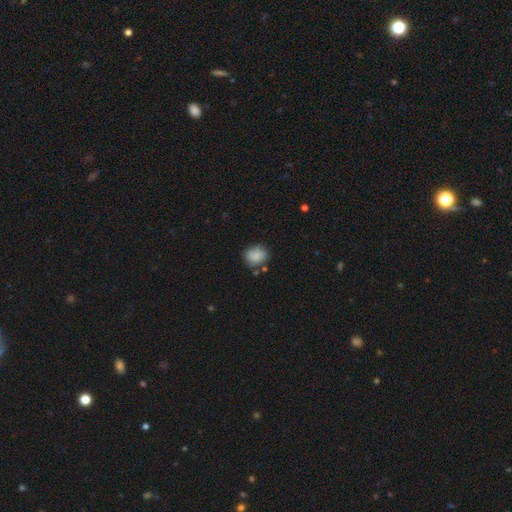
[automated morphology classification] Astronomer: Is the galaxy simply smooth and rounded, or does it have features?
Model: smooth — 80%.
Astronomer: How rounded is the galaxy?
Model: round — 63%.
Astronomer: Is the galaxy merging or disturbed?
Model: none — 67%.